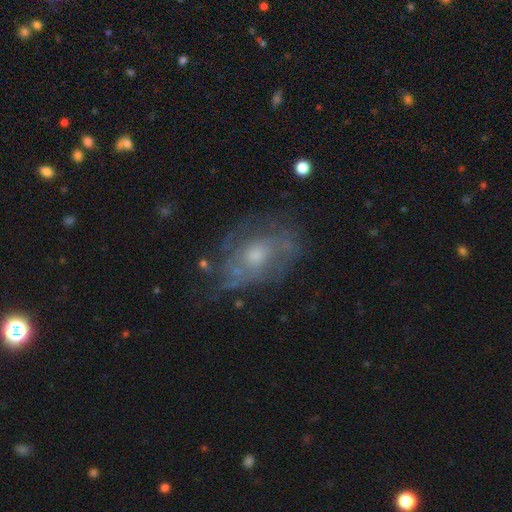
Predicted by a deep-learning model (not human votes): This appears to be a featured or disk galaxy (71%) with no bar (78%), spiral arms (70%) and a moderate central bulge (48%). Merging: none (57%).